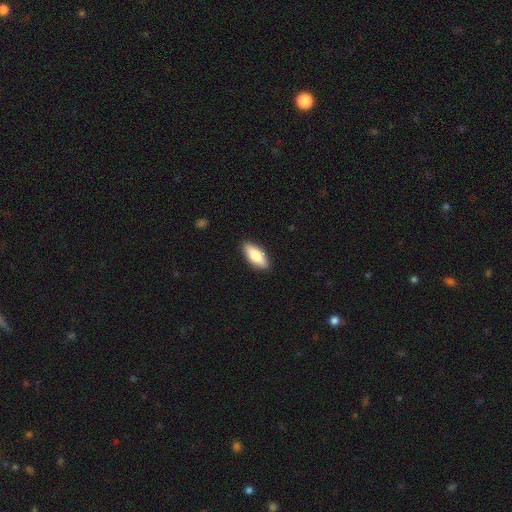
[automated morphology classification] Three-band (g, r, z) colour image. It shows a smooth galaxy with no disk features (75%) that is in between round and cigar-shaped (79%). Merging: none (89%).